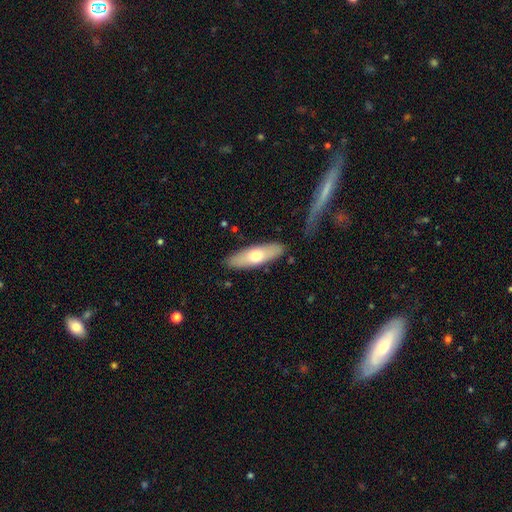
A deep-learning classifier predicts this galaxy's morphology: Q: Smooth or featured?
A: smooth (61%); runner-up: featured or disk (34%)
Q: How rounded?
A: in between (51%); runner-up: cigar-shaped (47%)
Q: Merging?
A: none (86%); runner-up: minor disturbance (10%)